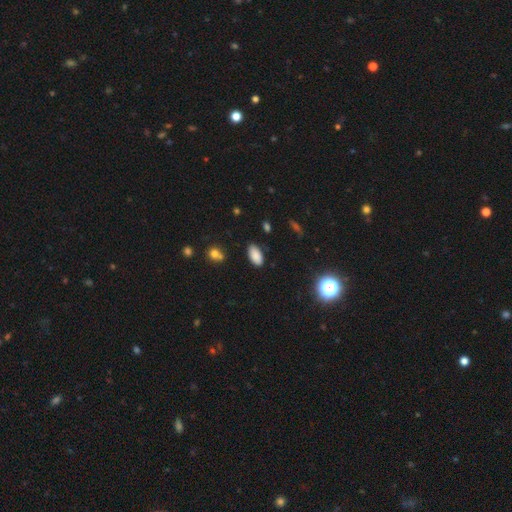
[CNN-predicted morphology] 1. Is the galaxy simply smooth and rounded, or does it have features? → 85% smooth, 10% star or artifact, 5% featured or disk.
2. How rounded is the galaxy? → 94% in between, 3% round, 3% cigar-shaped.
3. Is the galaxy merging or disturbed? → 84% none, 11% minor disturbance, 3% major disturbance, 2% merger.